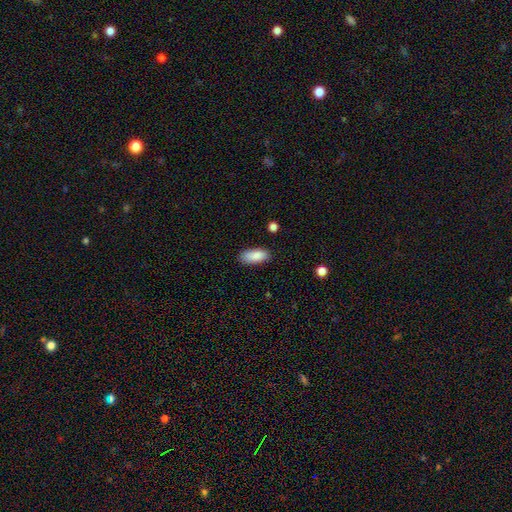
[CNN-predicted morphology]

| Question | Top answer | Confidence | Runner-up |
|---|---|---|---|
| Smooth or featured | smooth | 88% | star or artifact (7%) |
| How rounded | in between | 87% | cigar-shaped (11%) |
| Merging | none | 82% | minor disturbance (14%) |